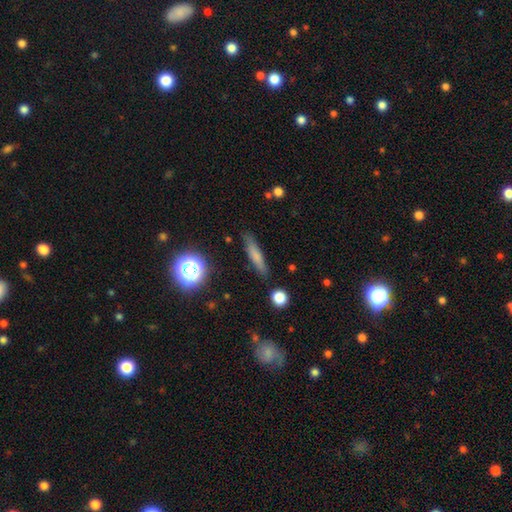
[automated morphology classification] Smooth or featured? smooth (68%)
How rounded? cigar-shaped (85%)
Merging? none (85%)